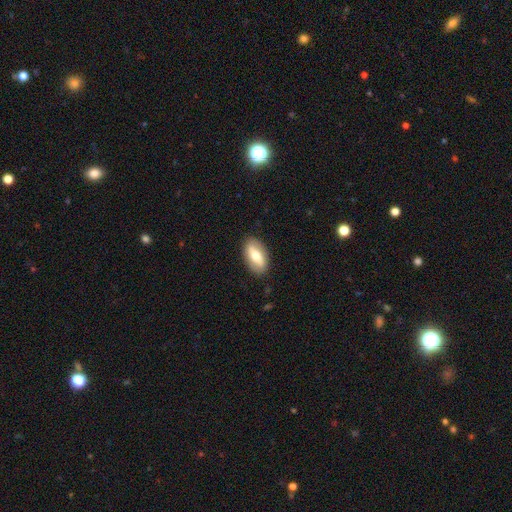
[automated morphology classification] smooth_or_featured: smooth (p=0.57) [alt: featured or disk p=0.37]
how_rounded: in between (p=0.88) [alt: cigar-shaped p=0.07]
merging: none (p=0.87) [alt: minor disturbance p=0.10]